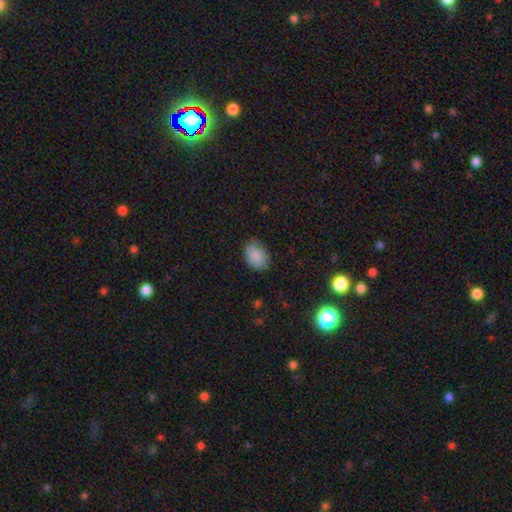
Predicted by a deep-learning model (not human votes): Overall: smooth (87%). How rounded: in between (76%). Merging: none (69%).